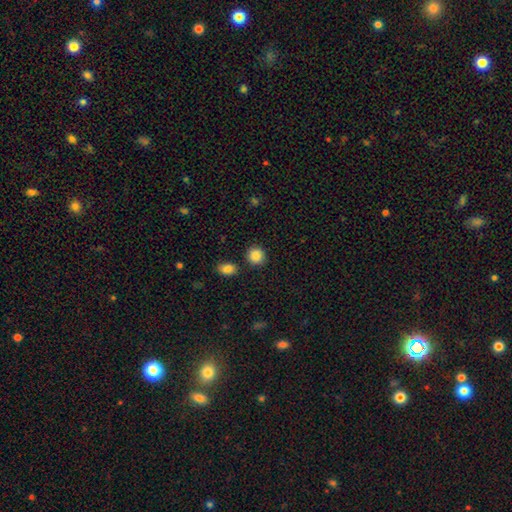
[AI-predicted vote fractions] This is clearly a smooth galaxy (88%). How rounded: clearly round (87%). Merging: clearly none (86%).